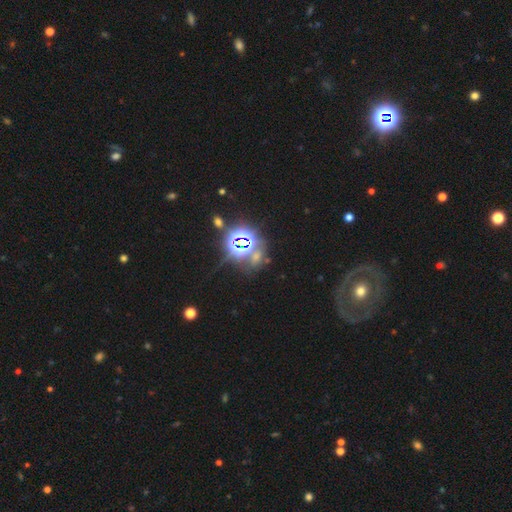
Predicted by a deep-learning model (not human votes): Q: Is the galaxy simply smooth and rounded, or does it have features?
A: star or artifact — 56%.